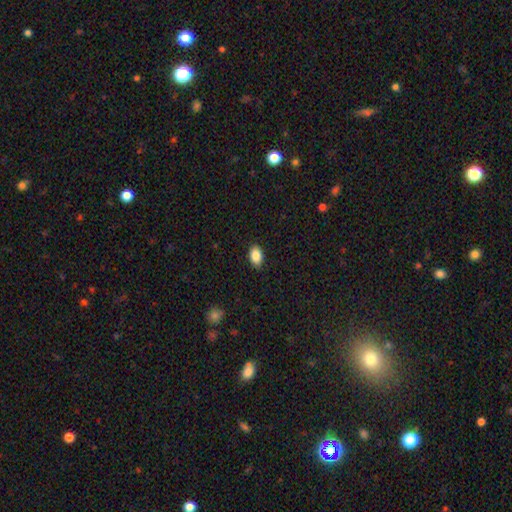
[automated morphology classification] A smooth galaxy with no disk features (86%) that is in between round and cigar-shaped (87%).

Vote fractions:
- Smooth or featured? smooth: 86% / star or artifact: 8% / featured or disk: 6%
- How rounded? in between: 87% / round: 12% / cigar-shaped: 1%
- Merging? none: 88% / minor disturbance: 9% / major disturbance: 2% / merger: 1%